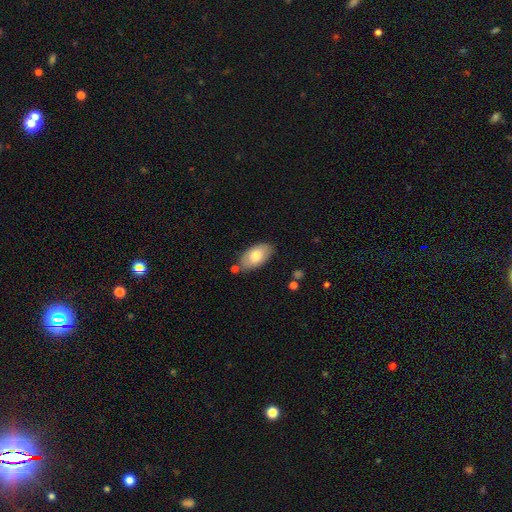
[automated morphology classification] Q: Smooth or featured?
A: smooth (75%); runner-up: featured or disk (19%)
Q: How rounded?
A: in between (94%); runner-up: round (4%)
Q: Merging?
A: none (74%); runner-up: minor disturbance (16%)